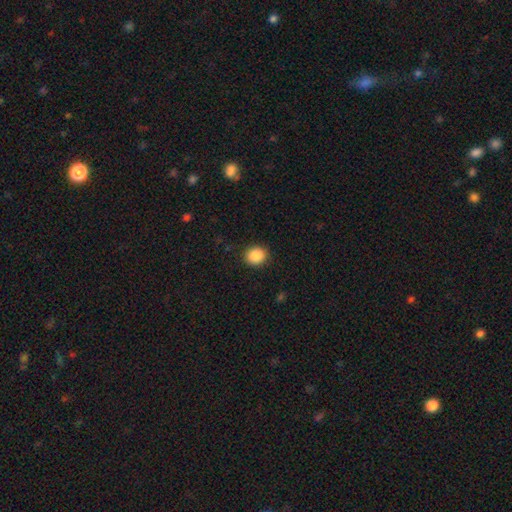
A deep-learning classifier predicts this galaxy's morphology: Smooth or featured?
  - smooth: 88% *
  - star or artifact: 9%
  - featured or disk: 3%
How rounded?
  - round: 75% *
  - in between: 24%
  - cigar-shaped: 1%
Merging?
  - none: 90% *
  - minor disturbance: 7%
  - major disturbance: 2%
  - merger: 1%